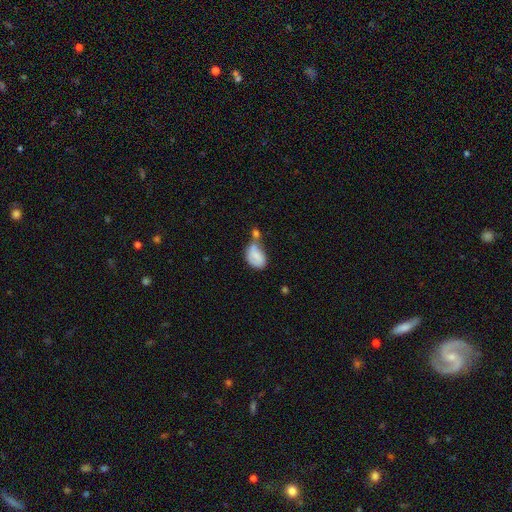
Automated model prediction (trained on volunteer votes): Smooth or featured? Predicted: smooth (p=0.72). How rounded? Predicted: in between (p=0.84). Merging? Predicted: merger (p=0.44).